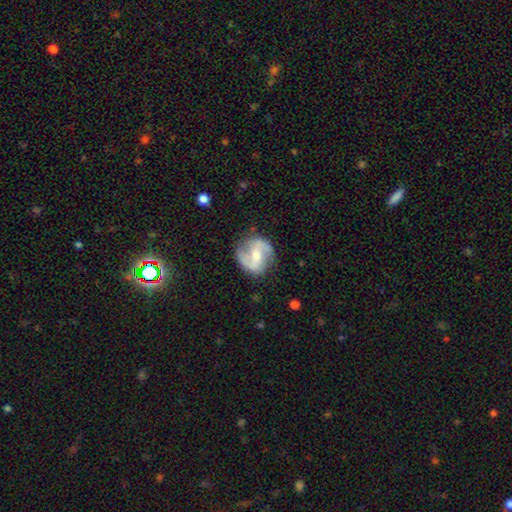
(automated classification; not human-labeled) Q: Smooth or featured?
A: featured or disk (82%); runner-up: smooth (13%)
Q: Edge-on disk?
A: no (98%); runner-up: yes (2%)
Q: Bar?
A: weak (49%); runner-up: no (26%)
Q: Spiral arms?
A: yes (94%); runner-up: no (6%)
Q: Spiral winding?
A: medium (50%); runner-up: loose (32%)
Q: Spiral arm count?
A: 2 (91%); runner-up: can't tell (4%)
Q: Bulge size?
A: moderate (52%); runner-up: small (36%)
Q: Merging?
A: none (78%); runner-up: minor disturbance (15%)